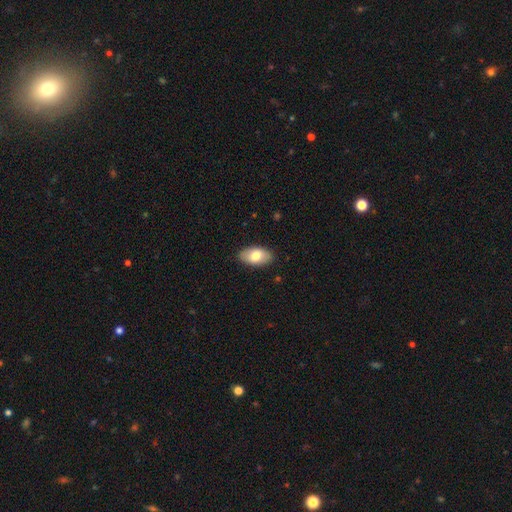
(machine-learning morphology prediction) smooth 77%, featured or disk 17%, star or artifact 6%. Down the decision tree: how rounded — in between (95%); merging — none (87%).